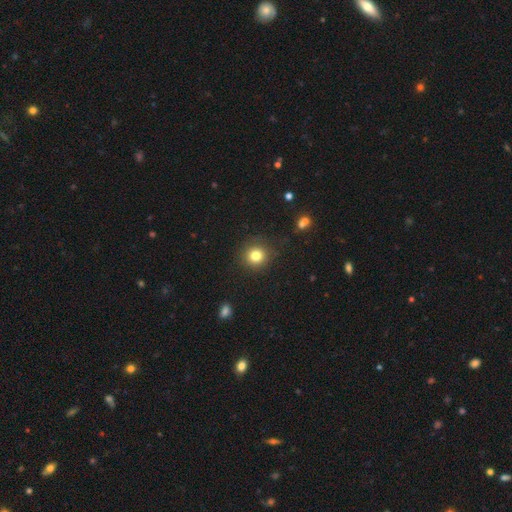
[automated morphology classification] type=smooth (81%); roundness=round (92%); merging=none (88%).